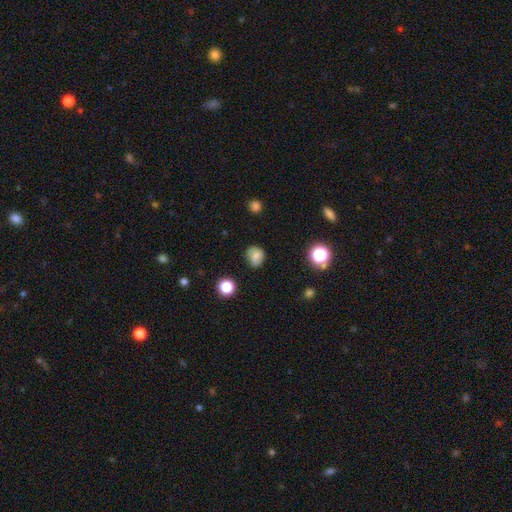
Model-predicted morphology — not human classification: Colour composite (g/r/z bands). It shows a smooth galaxy with no disk features (71%) that is round (65%). Merging: none (67%).